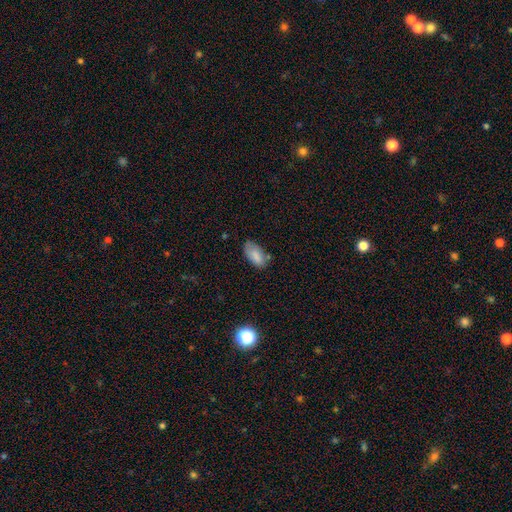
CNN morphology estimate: A smooth galaxy with no disk features (84%) that is in between round and cigar-shaped (93%).

Vote fractions:
- Smooth or featured? smooth: 84% / featured or disk: 8% / star or artifact: 8%
- How rounded? in between: 93% / cigar-shaped: 4% / round: 3%
- Merging? none: 64% / minor disturbance: 26% / major disturbance: 6% / merger: 5%